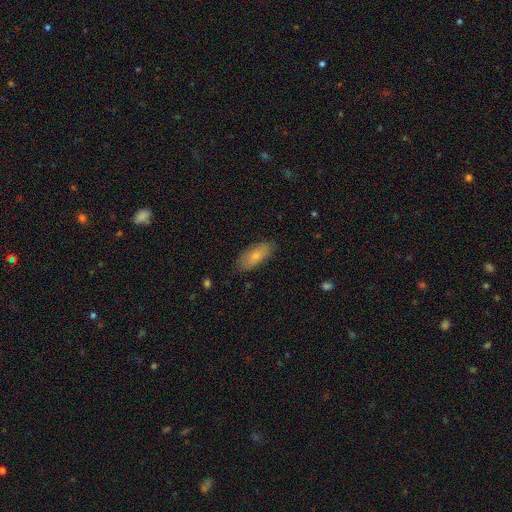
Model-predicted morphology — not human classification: This is likely a smooth galaxy (78%). How rounded: clearly in between (82%). Merging: clearly none (82%).